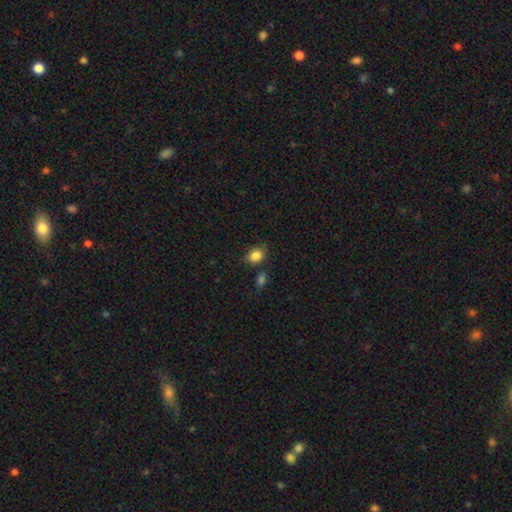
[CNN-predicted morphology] A smooth galaxy with no disk features (85%) that is in between round and cigar-shaped (57%).

Vote fractions:
- Smooth or featured? smooth: 85% / star or artifact: 9% / featured or disk: 5%
- How rounded? in between: 57% / round: 42% / cigar-shaped: 1%
- Merging? none: 69% / minor disturbance: 19% / merger: 7% / major disturbance: 5%